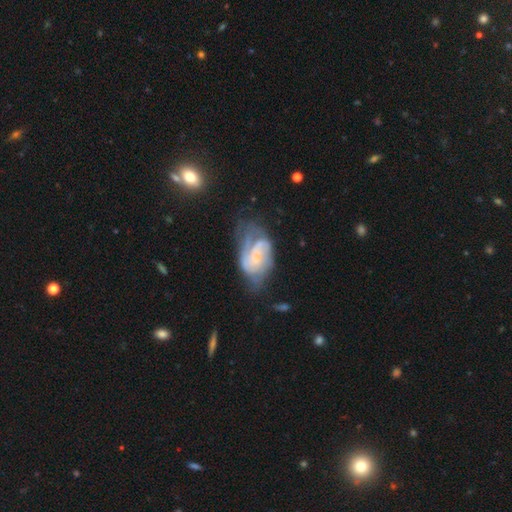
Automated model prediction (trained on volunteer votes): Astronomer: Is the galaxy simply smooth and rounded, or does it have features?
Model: featured or disk — 74%.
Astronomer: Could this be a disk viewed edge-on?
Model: no — 97%.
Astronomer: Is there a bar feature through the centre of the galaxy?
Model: no — 52% (runner-up: weak, 38%).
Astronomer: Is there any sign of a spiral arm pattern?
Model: yes — 85%.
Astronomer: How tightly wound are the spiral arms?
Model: medium — 41% (runner-up: tight, 39%).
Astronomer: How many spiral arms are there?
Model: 2 — 44% (runner-up: can't tell, 31%).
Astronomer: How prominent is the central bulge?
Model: small — 54%.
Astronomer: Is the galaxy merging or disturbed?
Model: none — 38% (runner-up: major disturbance, 29%).